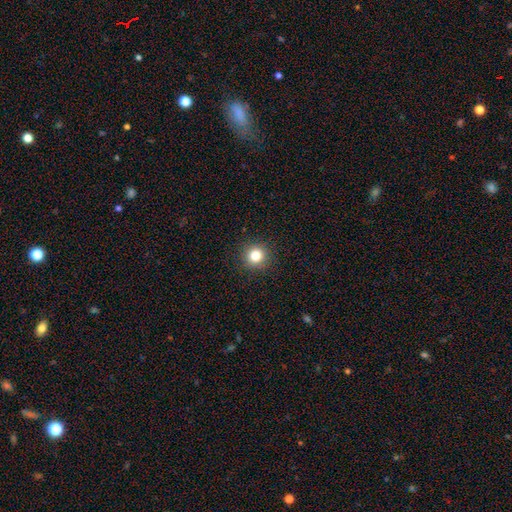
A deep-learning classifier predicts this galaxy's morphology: The model was most divided on "smooth or featured": smooth: 81%, star or artifact: 13%, featured or disk: 6%. More confident: how rounded — round (94%); merging — none (92%).